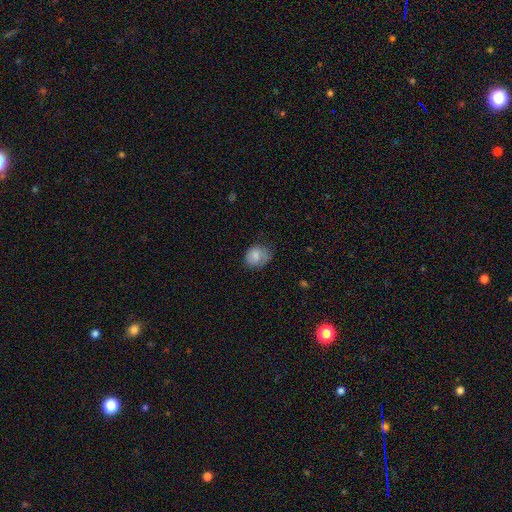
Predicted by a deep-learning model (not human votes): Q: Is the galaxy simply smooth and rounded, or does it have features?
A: smooth — 78%.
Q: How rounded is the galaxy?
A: round — 55%.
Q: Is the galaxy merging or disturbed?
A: none — 53%.